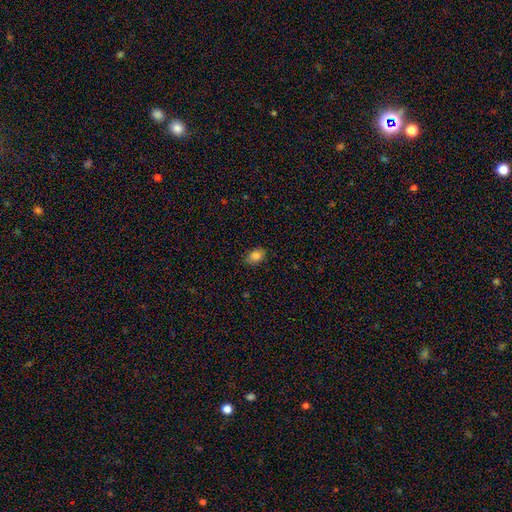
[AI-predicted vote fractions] smooth 81%, star or artifact 12%, featured or disk 7%. Down the decision tree: how rounded — in between (80%); merging — none (84%).